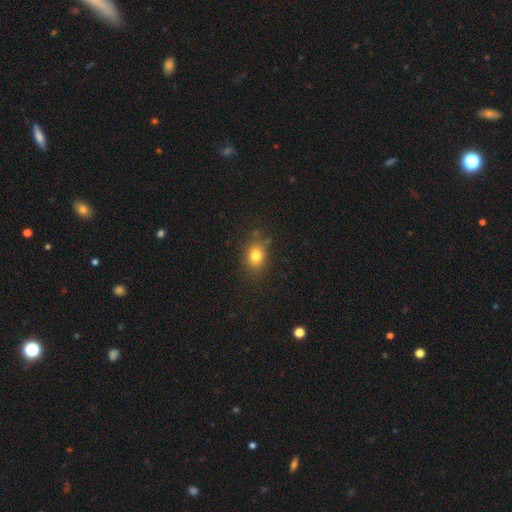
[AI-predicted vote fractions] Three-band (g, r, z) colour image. It shows a smooth galaxy with no disk features (79%) that is round (50%). Merging: none (78%).